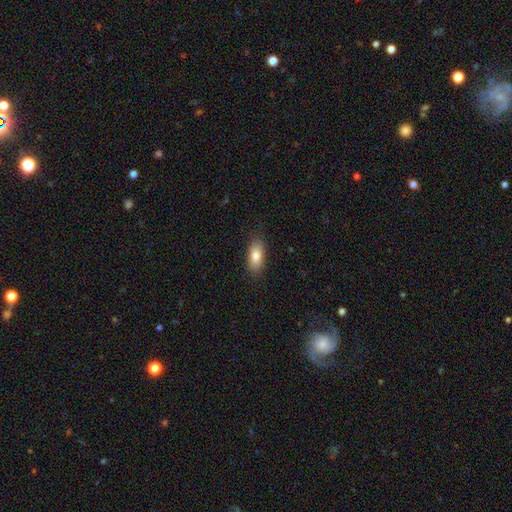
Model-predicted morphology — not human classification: Q: Smooth or featured?
A: smooth (82%); runner-up: featured or disk (11%)
Q: How rounded?
A: in between (86%); runner-up: cigar-shaped (10%)
Q: Merging?
A: none (86%); runner-up: minor disturbance (10%)